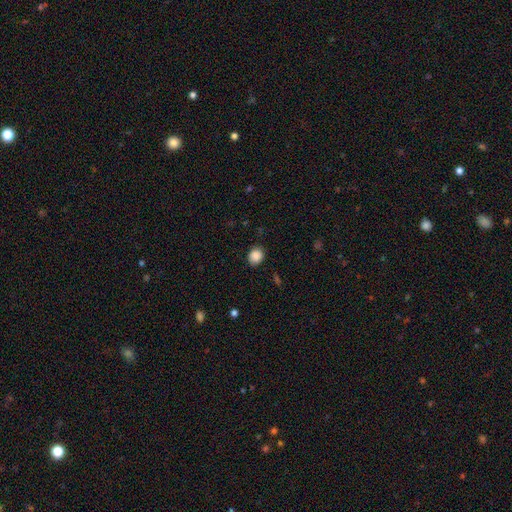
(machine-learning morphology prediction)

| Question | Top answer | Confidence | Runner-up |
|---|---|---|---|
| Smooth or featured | smooth | 88% | star or artifact (9%) |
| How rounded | round | 67% | in between (32%) |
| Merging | none | 86% | minor disturbance (10%) |